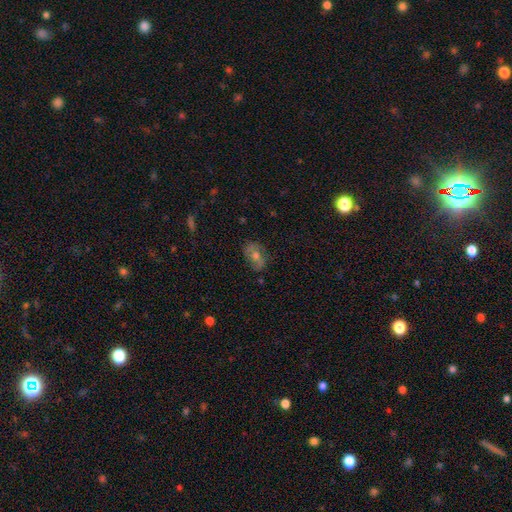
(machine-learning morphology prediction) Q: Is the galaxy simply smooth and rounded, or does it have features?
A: featured or disk — 50%.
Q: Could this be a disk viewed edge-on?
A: no — 92%.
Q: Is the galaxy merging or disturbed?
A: none — 73%.